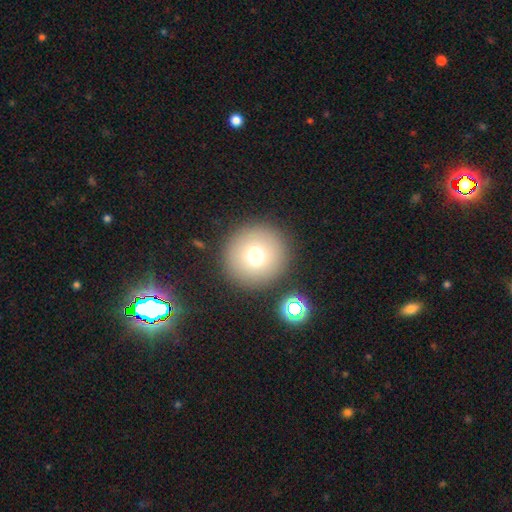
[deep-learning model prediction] A smooth galaxy with no disk features (72%) that is round (95%). Merging: none (86%).